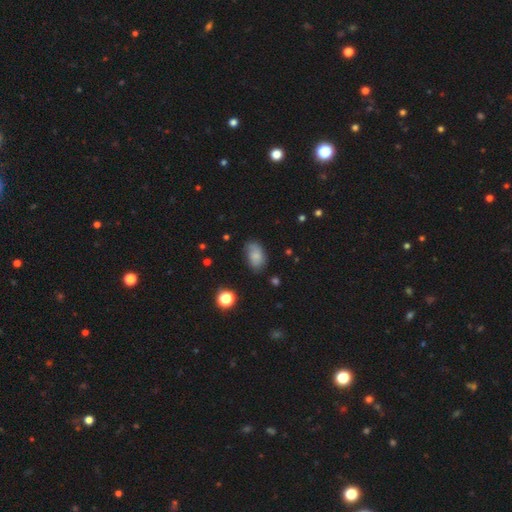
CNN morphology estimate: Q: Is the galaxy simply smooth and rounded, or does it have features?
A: smooth — 74%.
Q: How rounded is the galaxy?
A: in between — 90%.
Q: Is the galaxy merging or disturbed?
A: none — 63%.